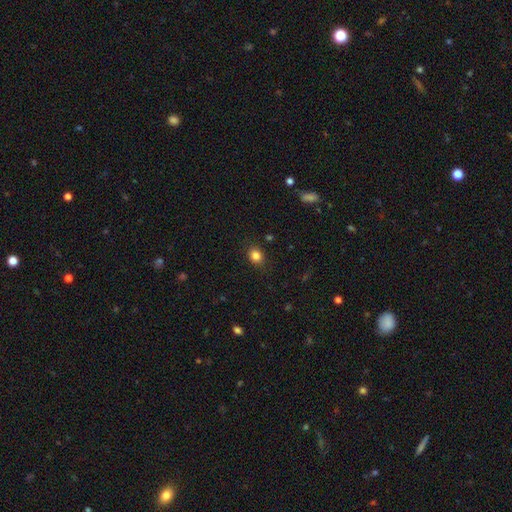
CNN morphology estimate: smooth_or_featured: smooth (p=0.84) [alt: star or artifact p=0.11]
how_rounded: round (p=0.60) [alt: in between p=0.39]
merging: none (p=0.87) [alt: minor disturbance p=0.10]